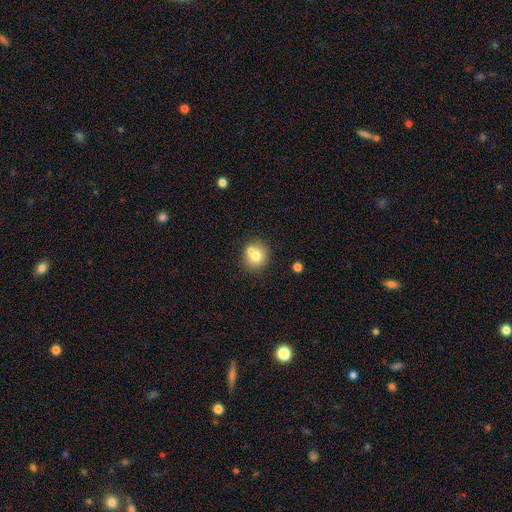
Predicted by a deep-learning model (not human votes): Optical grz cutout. It shows a smooth galaxy with no disk features (71%) that is round (86%). Merging: none (57%).